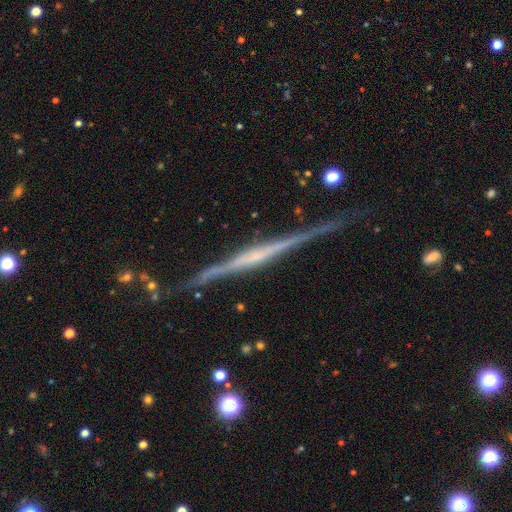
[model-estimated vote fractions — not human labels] smooth-or-featured: featured or disk: 83% | smooth: 11% | star or artifact: 6%
  disk-edge-on: yes: 98% | no: 2%
    edge-on-bulge: none: 48% | rounded: 37% | boxy: 15%
  merging: none: 83% | minor disturbance: 12% | major disturbance: 3% | merger: 2%